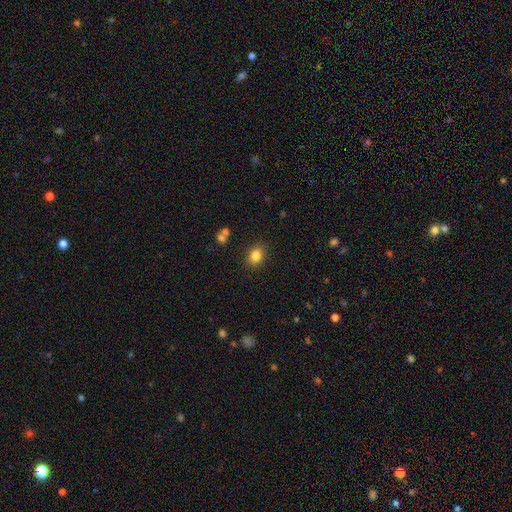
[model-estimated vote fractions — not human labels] The model was most divided on "how rounded": round: 50%, in between: 49%, cigar-shaped: 1%. More confident: merging — none (85%); smooth or featured — smooth (83%).